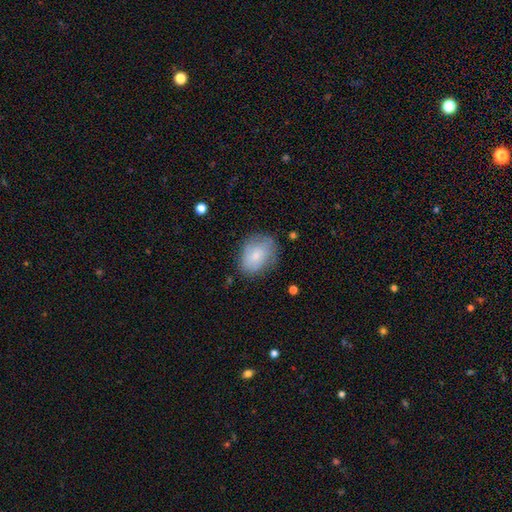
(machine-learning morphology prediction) Q: Smooth or featured?
A: smooth (73%); runner-up: featured or disk (19%)
Q: How rounded?
A: in between (71%); runner-up: round (28%)
Q: Merging?
A: none (66%); runner-up: minor disturbance (25%)